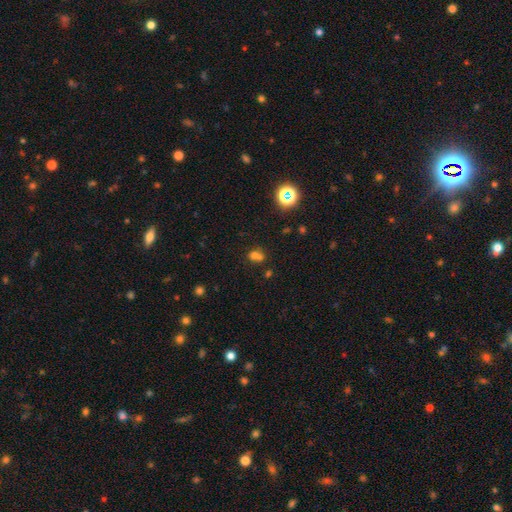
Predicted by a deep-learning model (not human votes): Smooth or featured: smooth — 61% (star or artifact — 25%)
How rounded: round — 68% (in between — 31%)
Merging: merger — 51% (none — 38%)